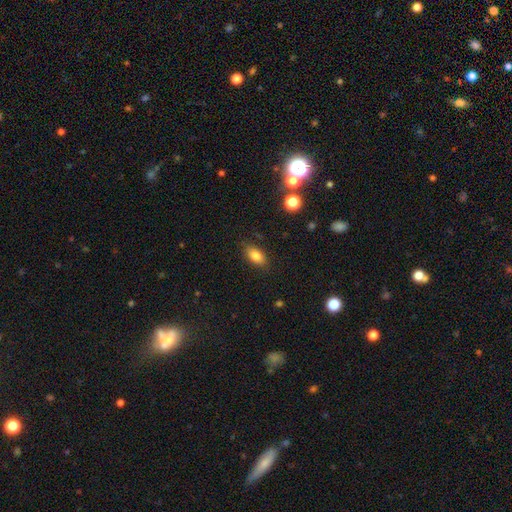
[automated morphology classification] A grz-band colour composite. It shows a smooth galaxy with no disk features (83%) that is in between round and cigar-shaped (88%). Merging: none (84%).